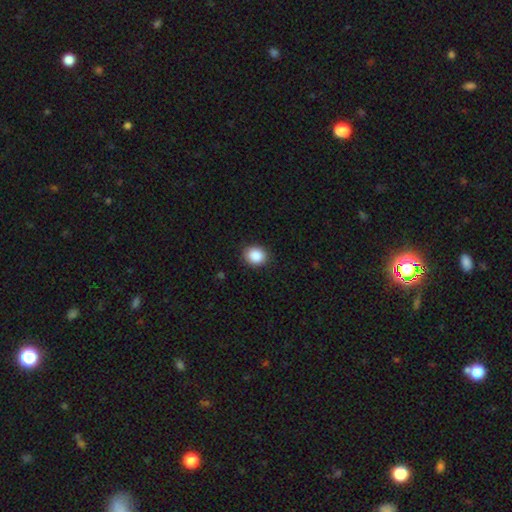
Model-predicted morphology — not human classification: Smooth or featured? smooth (88%)
How rounded? round (70%)
Merging? none (88%)